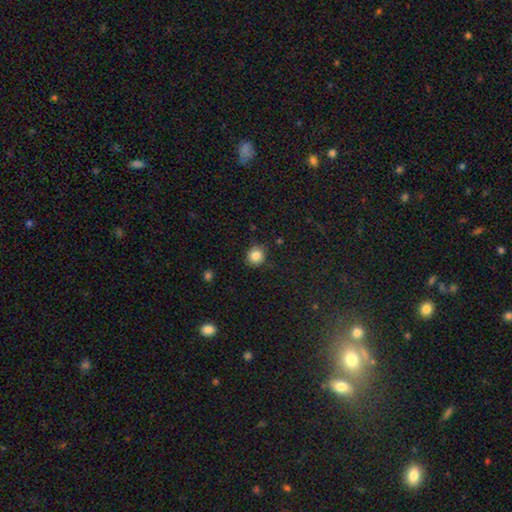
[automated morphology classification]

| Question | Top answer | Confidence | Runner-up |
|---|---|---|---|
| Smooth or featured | smooth | 84% | star or artifact (10%) |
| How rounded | round | 85% | in between (14%) |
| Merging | none | 84% | minor disturbance (12%) |